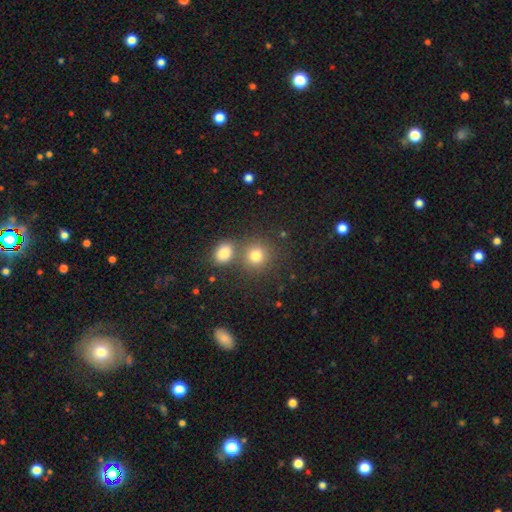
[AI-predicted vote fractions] Smooth or featured?
  - smooth: 78% *
  - star or artifact: 14%
  - featured or disk: 7%
How rounded?
  - round: 84% *
  - in between: 15%
  - cigar-shaped: 1%
Merging?
  - none: 64% *
  - merger: 25%
  - minor disturbance: 8%
  - major disturbance: 3%